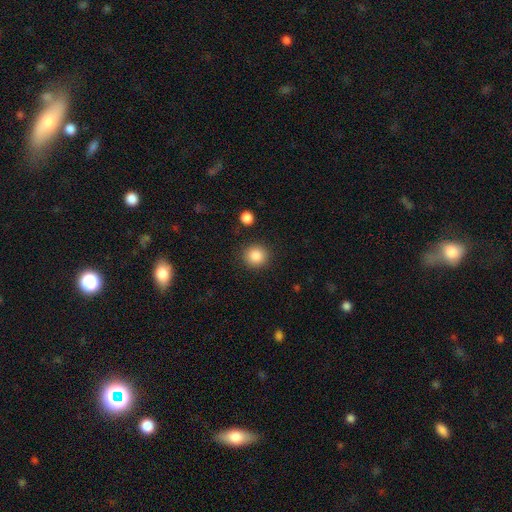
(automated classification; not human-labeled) Morphology: type=smooth (86%); roundness=round (92%); merging=none (89%).